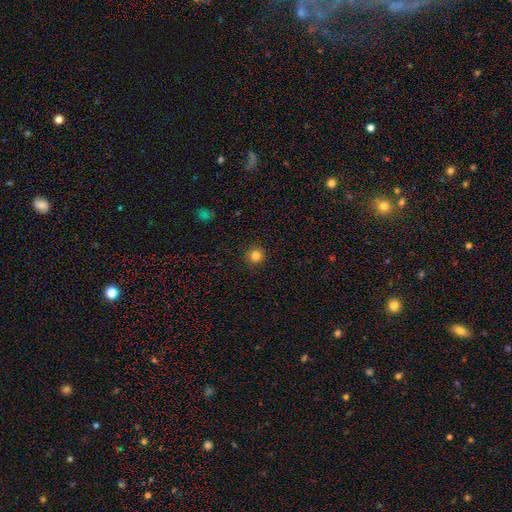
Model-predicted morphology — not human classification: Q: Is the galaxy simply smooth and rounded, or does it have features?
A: smooth — 82%.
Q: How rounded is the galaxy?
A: round — 94%.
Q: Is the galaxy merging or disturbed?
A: none — 92%.